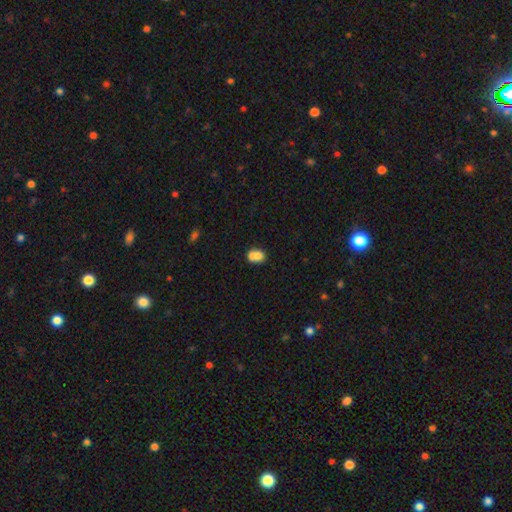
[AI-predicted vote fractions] smooth-or-featured: smooth: 74% | featured or disk: 16% | star or artifact: 10%
  how-rounded: in between: 53% | round: 45% | cigar-shaped: 1%
  merging: merger: 55% | none: 30% | minor disturbance: 11% | major disturbance: 4%